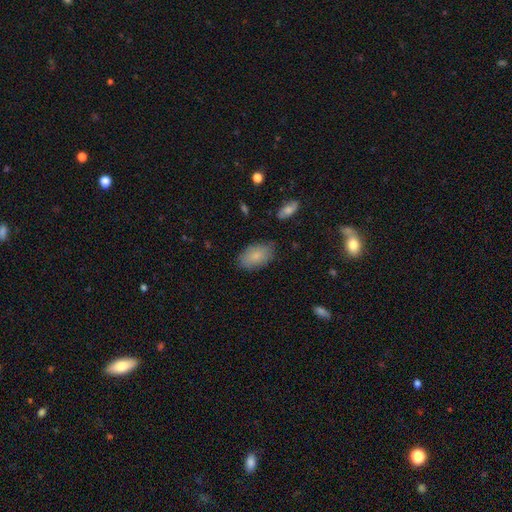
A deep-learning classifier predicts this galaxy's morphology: A smooth galaxy with no disk features (82%) that is in between round and cigar-shaped (92%).

Vote fractions:
- Smooth or featured? smooth: 82% / featured or disk: 11% / star or artifact: 7%
- How rounded? in between: 92% / round: 6% / cigar-shaped: 2%
- Merging? none: 80% / minor disturbance: 15% / major disturbance: 3% / merger: 2%